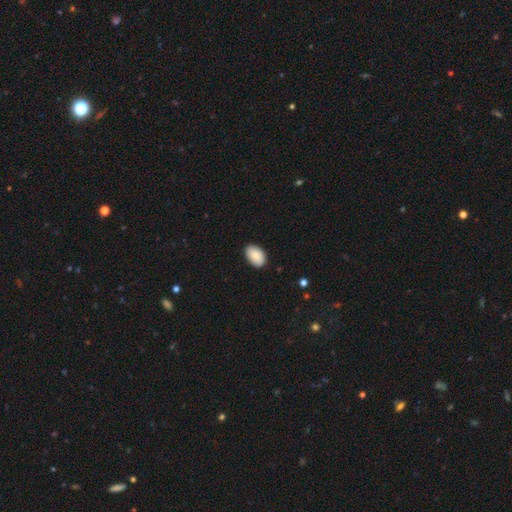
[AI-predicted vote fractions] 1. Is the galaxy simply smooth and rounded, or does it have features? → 88% smooth, 6% star or artifact, 5% featured or disk.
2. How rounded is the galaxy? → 91% in between, 7% round, 1% cigar-shaped.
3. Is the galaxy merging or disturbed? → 86% none, 11% minor disturbance, 2% major disturbance, 1% merger.